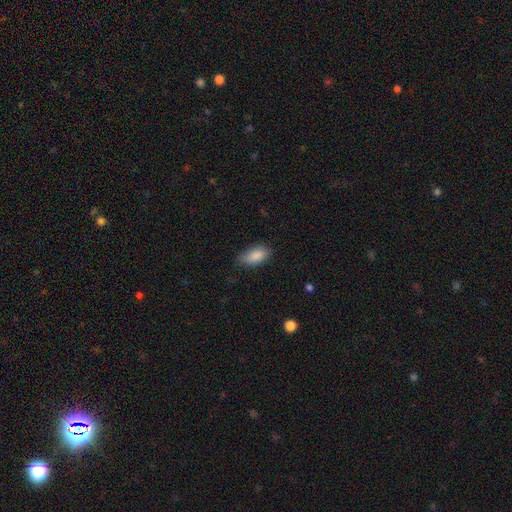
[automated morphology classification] This appears to be a smooth galaxy with no disk features (88%) that is in between round and cigar-shaped (89%). Merging: none (77%).